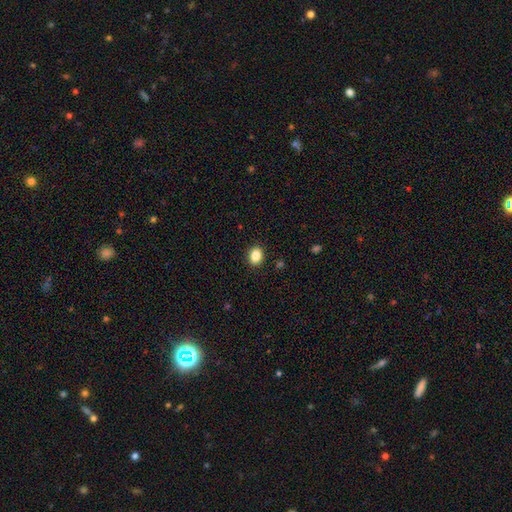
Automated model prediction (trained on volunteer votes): A smooth galaxy with no disk features (86%) that is in between round and cigar-shaped (61%). Merging: none (90%).